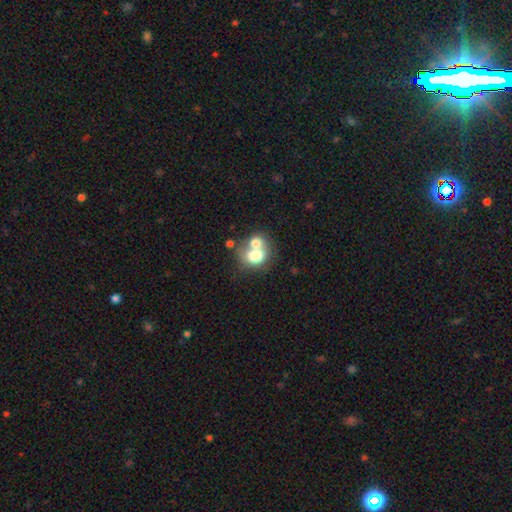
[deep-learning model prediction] This appears to be a smooth galaxy with no disk features (69%) that is round (57%). Merging: merger (63%).